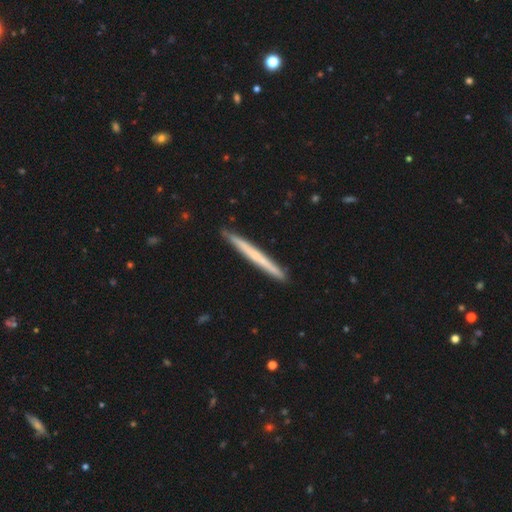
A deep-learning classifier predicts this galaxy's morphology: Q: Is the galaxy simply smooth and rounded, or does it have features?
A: smooth — 51%.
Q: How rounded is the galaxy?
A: cigar-shaped — 97%.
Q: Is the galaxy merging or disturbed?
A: none — 91%.